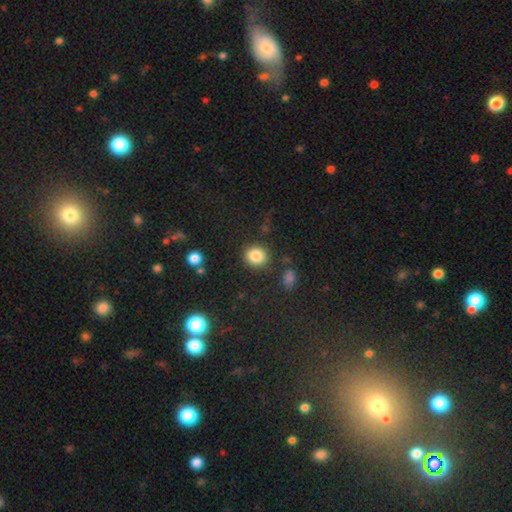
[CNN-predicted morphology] Smooth or featured? Predicted: smooth (p=0.85). How rounded? Predicted: round (p=0.81). Merging? Predicted: none (p=0.84).